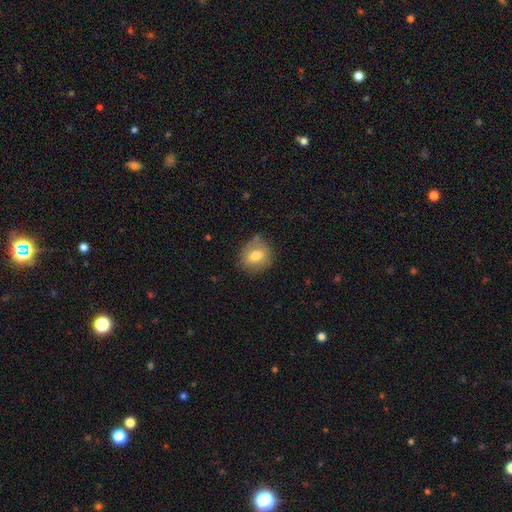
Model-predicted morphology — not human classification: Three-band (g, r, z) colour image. It shows a smooth galaxy with no disk features (68%) that is round (64%). Merging: none (68%).